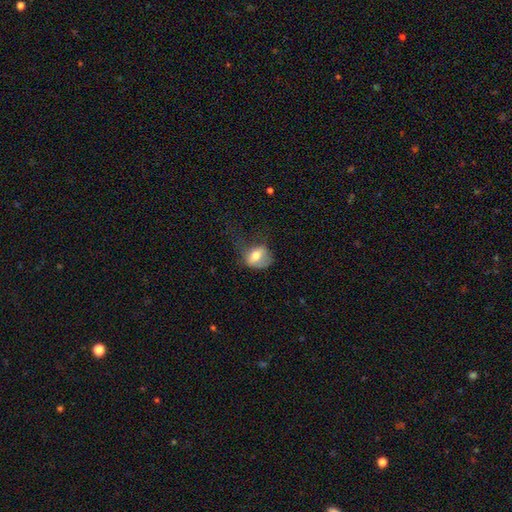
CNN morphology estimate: The model was most divided on "merging": major disturbance: 38%, minor disturbance: 30%, none: 30%, merger: 2%. More confident: smooth or featured — smooth (67%); how rounded — in between (62%).